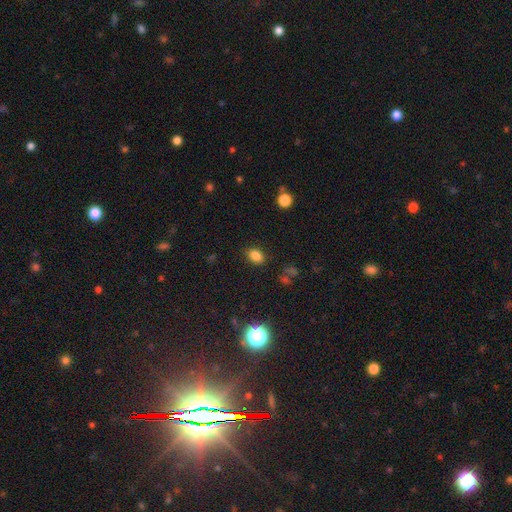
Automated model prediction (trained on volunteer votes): Smooth or featured: smooth — 83% (star or artifact — 12%)
How rounded: in between — 73% (round — 26%)
Merging: none — 84% (minor disturbance — 11%)